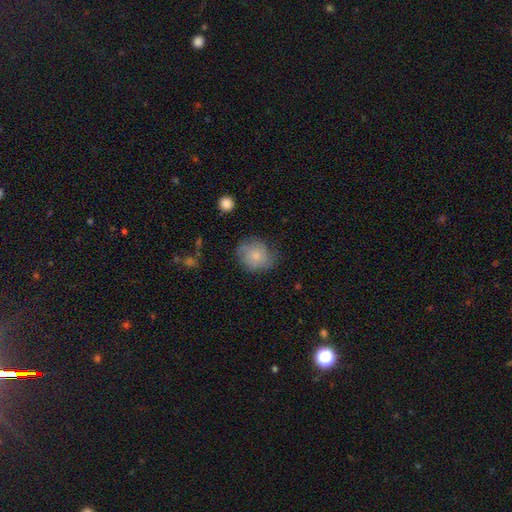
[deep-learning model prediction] The model was most divided on "merging": none: 62%, minor disturbance: 27%, major disturbance: 10%, merger: 2%. More confident: how rounded — round (76%); smooth or featured — smooth (71%).